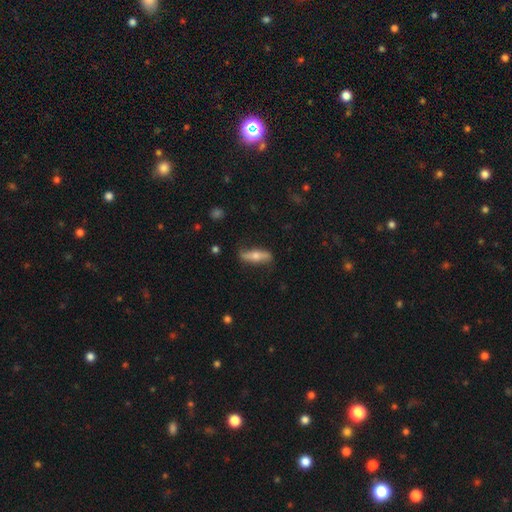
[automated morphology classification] Smooth or featured? Predicted: featured or disk (p=0.48). Merging? Predicted: none (p=0.78).